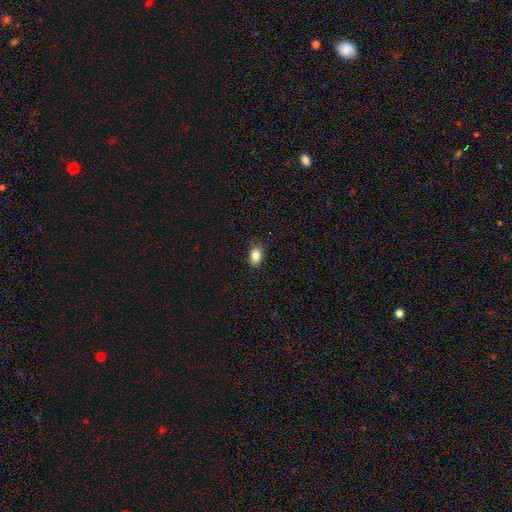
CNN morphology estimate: Q: Smooth or featured?
A: smooth (86%); runner-up: star or artifact (9%)
Q: How rounded?
A: in between (79%); runner-up: round (20%)
Q: Merging?
A: none (88%); runner-up: minor disturbance (9%)